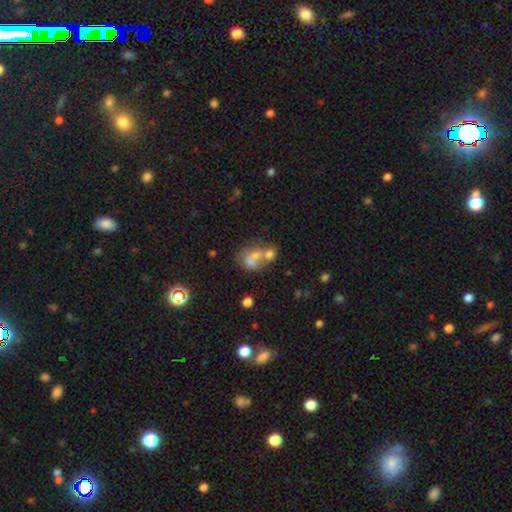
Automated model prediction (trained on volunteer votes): Smooth or featured? smooth (52%)
How rounded? round (49%, tied with in between)
Merging? merger (55%)